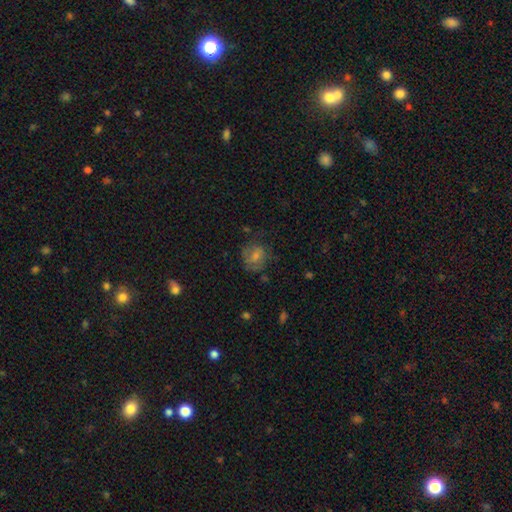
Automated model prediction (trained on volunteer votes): A smooth galaxy with no disk features (44%). Merging: none (67%).